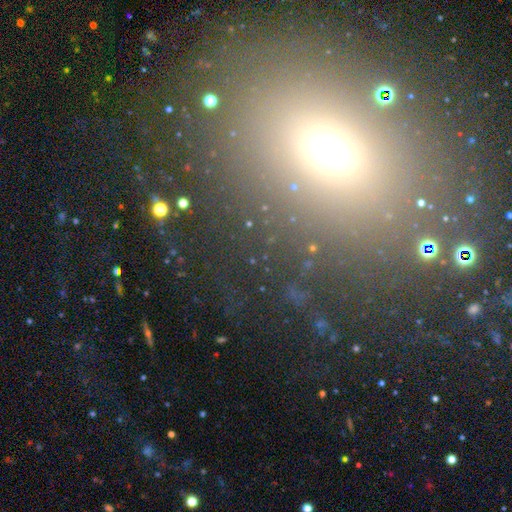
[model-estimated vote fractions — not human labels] Q: Smooth or featured?
A: smooth (50%); runner-up: star or artifact (38%)
Q: How rounded?
A: in between (51%); runner-up: round (46%)
Q: Merging?
A: none (81%); runner-up: minor disturbance (9%)